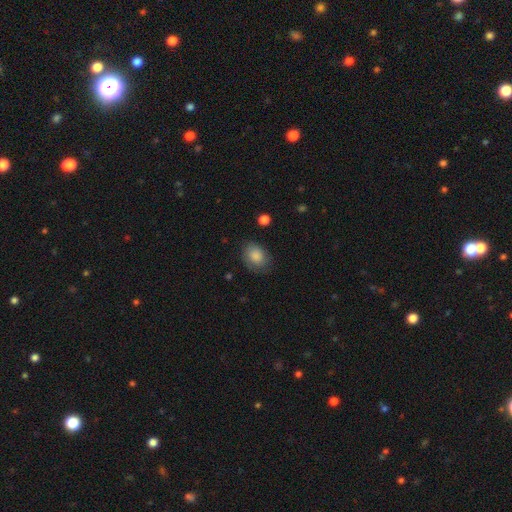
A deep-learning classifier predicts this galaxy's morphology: Smooth or featured? Predicted: smooth (p=0.80). How rounded? Predicted: in between (p=0.62). Merging? Predicted: none (p=0.71).